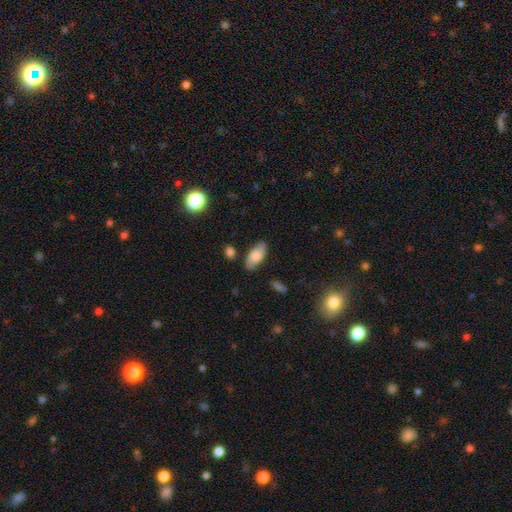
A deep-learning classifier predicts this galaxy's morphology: Smooth or featured? Predicted: smooth (p=0.69). How rounded? Predicted: in between (p=0.88). Merging? Predicted: none (p=0.79).